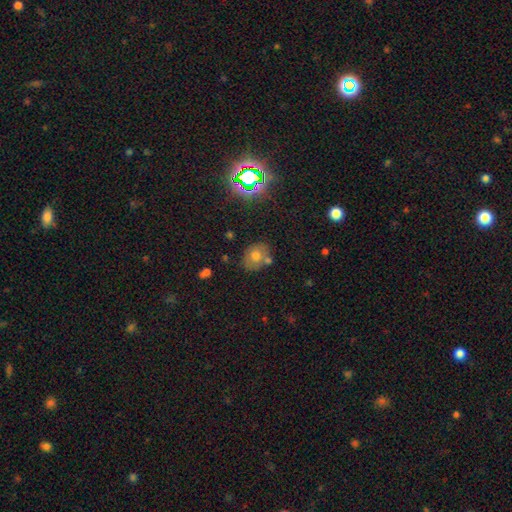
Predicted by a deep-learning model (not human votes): Smooth or featured? smooth (62%)
How rounded? round (55%)
Merging? none (62%)